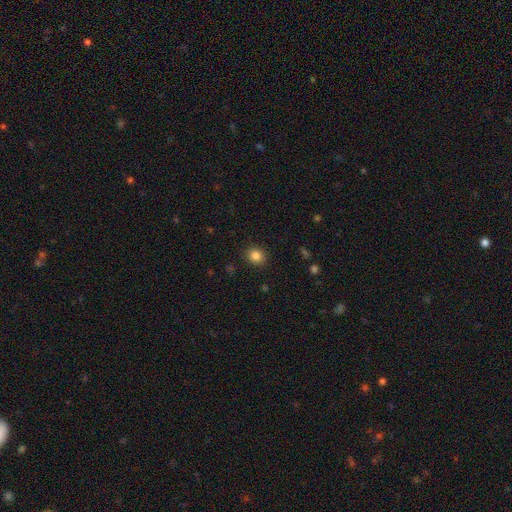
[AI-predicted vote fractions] Smooth or featured? Predicted: smooth (p=0.85). How rounded? Predicted: round (p=0.73). Merging? Predicted: none (p=0.89).